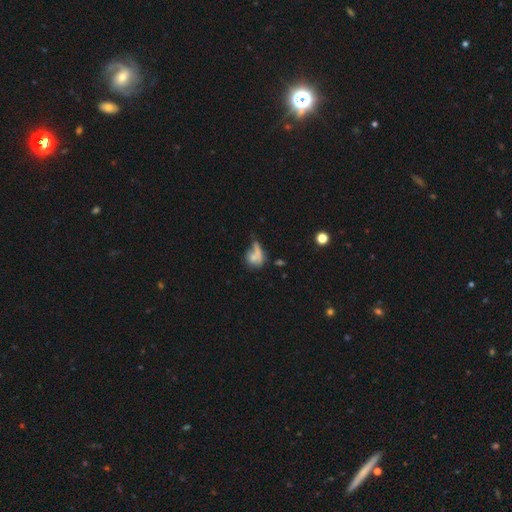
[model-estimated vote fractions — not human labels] Q: Smooth or featured?
A: smooth (62%); runner-up: featured or disk (25%)
Q: How rounded?
A: in between (47%); runner-up: round (44%)
Q: Merging?
A: none (33%); runner-up: merger (28%)